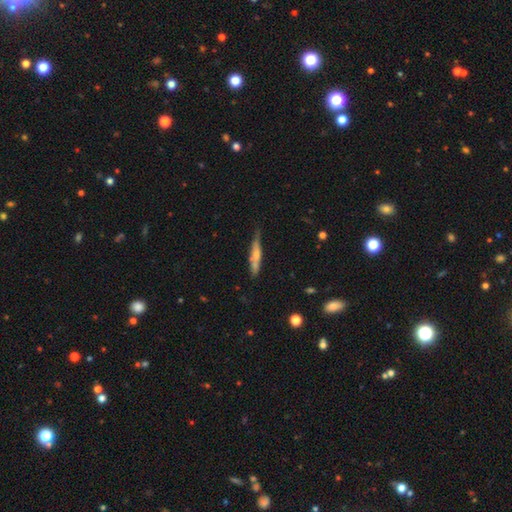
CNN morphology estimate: This appears to be a smooth galaxy with no disk features (56%) that is cigar-shaped (87%). Merging: none (64%).